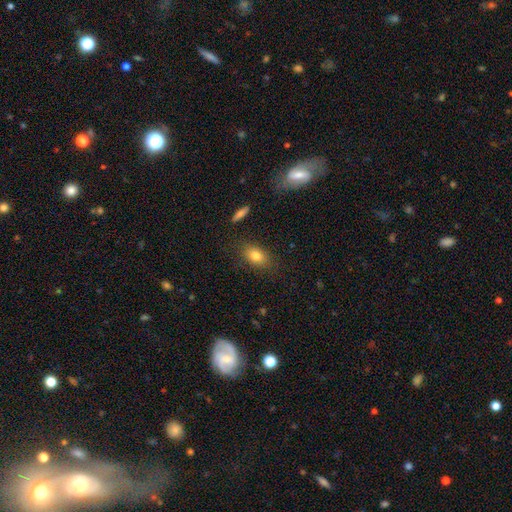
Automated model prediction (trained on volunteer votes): Morphology: type=smooth (81%); roundness=in between (82%); merging=none (83%).